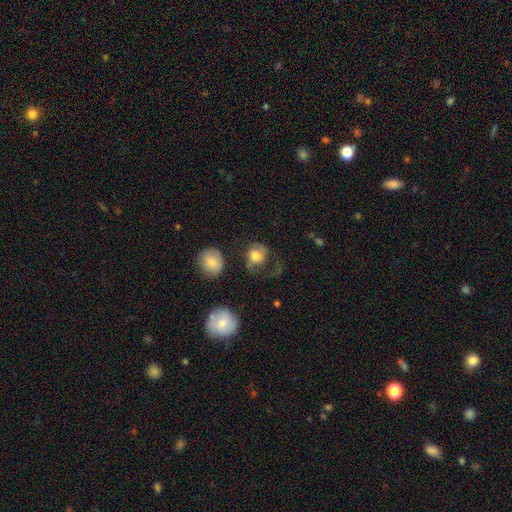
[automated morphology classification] smooth 59%, featured or disk 33%, star or artifact 8%. Down the decision tree: how rounded — round (69%); merging — major disturbance (42%).